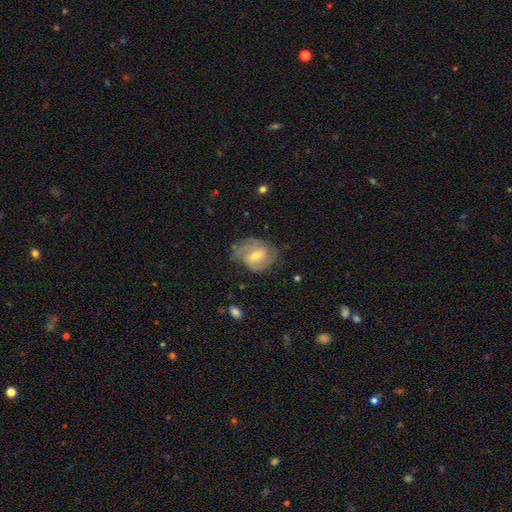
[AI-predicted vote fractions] Overall: featured or disk (79%). Edge-on disk: no (97%). Bar: weak (56%; strong 23%). Spiral arms: yes (94%). Spiral arm count: 2 (65%). Spiral winding: medium (46%; tight 37%). Bulge size: moderate (50%; small 44%). Merging: none (65%).